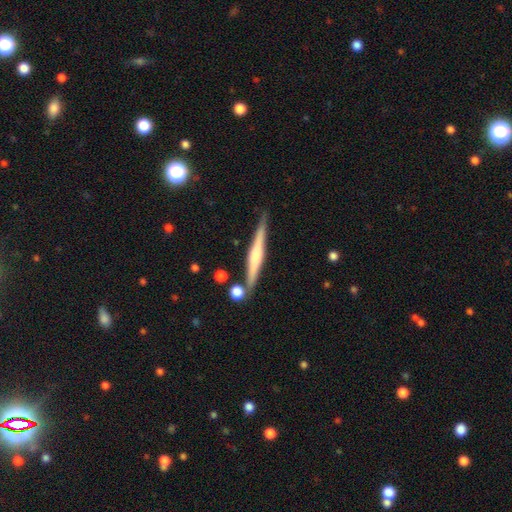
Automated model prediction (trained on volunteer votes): This is likely a featured or disk galaxy (63%). It is clearly viewed edge-on (97%). Edge-on bulge: likely rounded (61%). Merging: clearly none (82%).